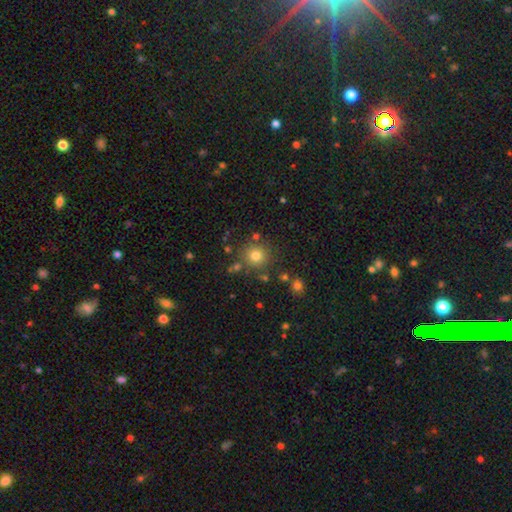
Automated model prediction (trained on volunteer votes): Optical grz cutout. It shows a smooth galaxy with no disk features (77%) that is round (94%). Merging: none (83%).